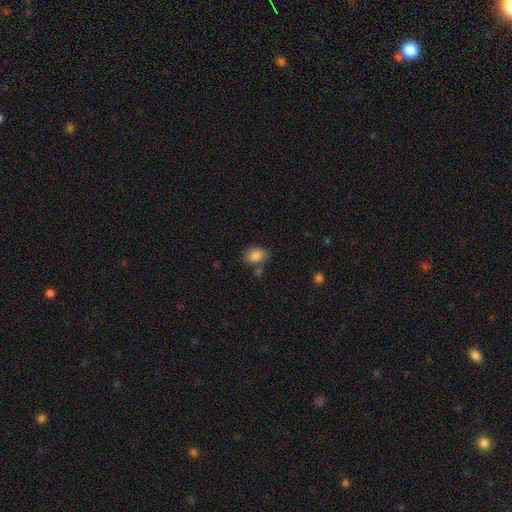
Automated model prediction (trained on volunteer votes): Smooth or featured?
  - smooth: 86% *
  - star or artifact: 9%
  - featured or disk: 5%
How rounded?
  - in between: 77% *
  - round: 22%
  - cigar-shaped: 1%
Merging?
  - none: 71% *
  - minor disturbance: 16%
  - merger: 9%
  - major disturbance: 4%